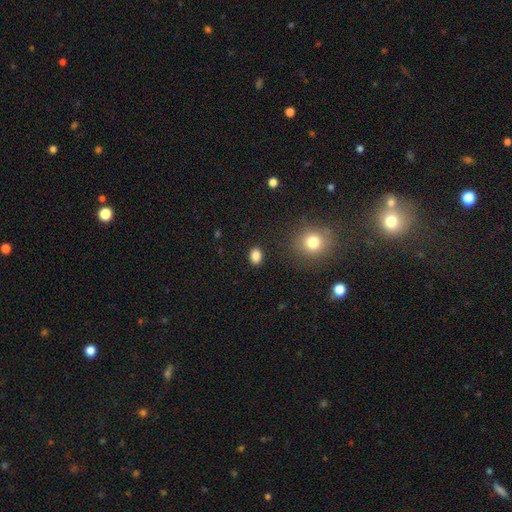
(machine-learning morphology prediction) The model was most divided on "how rounded": in between: 67%, round: 31%, cigar-shaped: 1%. More confident: merging — none (88%); smooth or featured — smooth (85%).